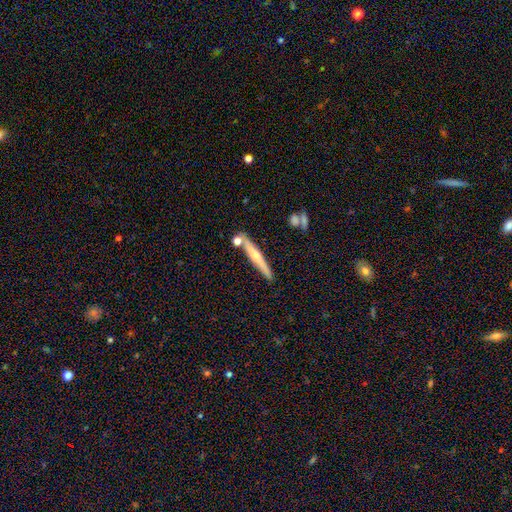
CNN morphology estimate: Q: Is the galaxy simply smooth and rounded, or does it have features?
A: featured or disk — 50%.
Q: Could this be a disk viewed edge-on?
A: yes — 95%.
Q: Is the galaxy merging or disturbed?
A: none — 79%.